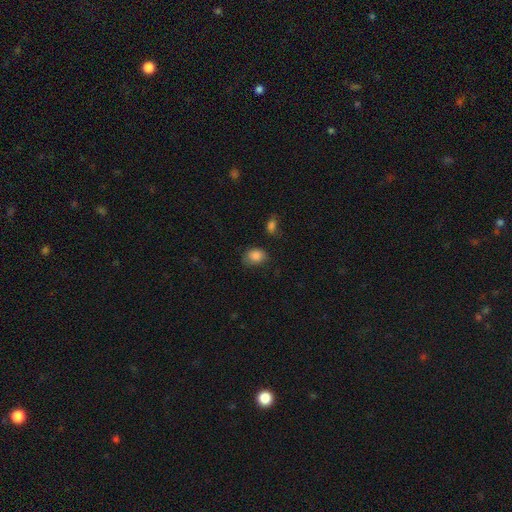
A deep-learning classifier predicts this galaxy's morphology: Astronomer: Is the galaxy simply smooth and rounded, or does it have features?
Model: smooth — 86%.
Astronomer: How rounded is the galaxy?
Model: in between — 60% (runner-up: round, 39%).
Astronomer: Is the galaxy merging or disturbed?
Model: none — 68%.